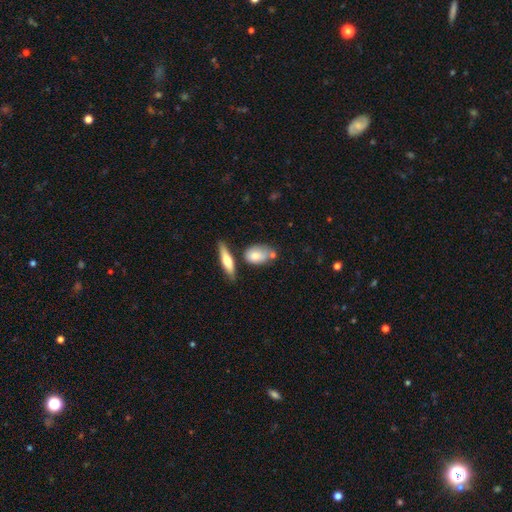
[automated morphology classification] type=smooth (75%); roundness=in between (81%); merging=none (52%).